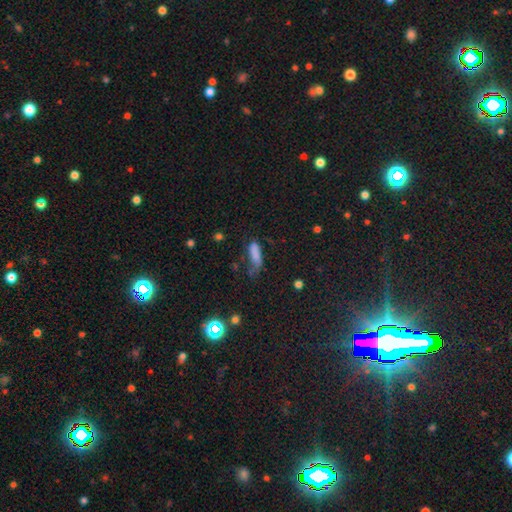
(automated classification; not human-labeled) Overall: smooth (76%). How rounded: in between (58%; cigar-shaped 39%). Merging: none (34%; minor disturbance 31%).